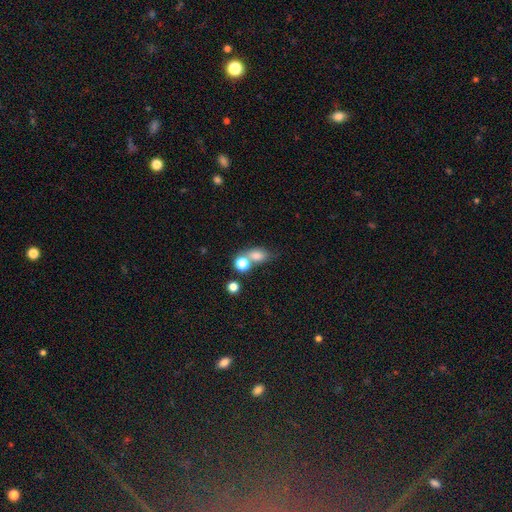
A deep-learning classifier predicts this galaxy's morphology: smooth 76%, star or artifact 13%, featured or disk 11%. Down the decision tree: how rounded — in between (64%); merging — none (42%).